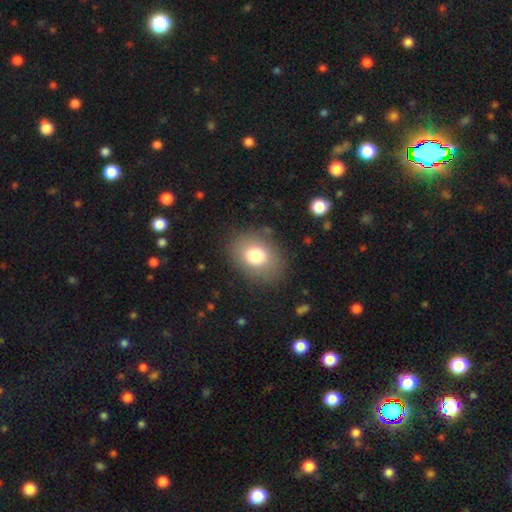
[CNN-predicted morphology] Smooth or featured: smooth — 78% (featured or disk — 12%)
How rounded: in between — 59% (round — 40%)
Merging: none — 83% (minor disturbance — 11%)